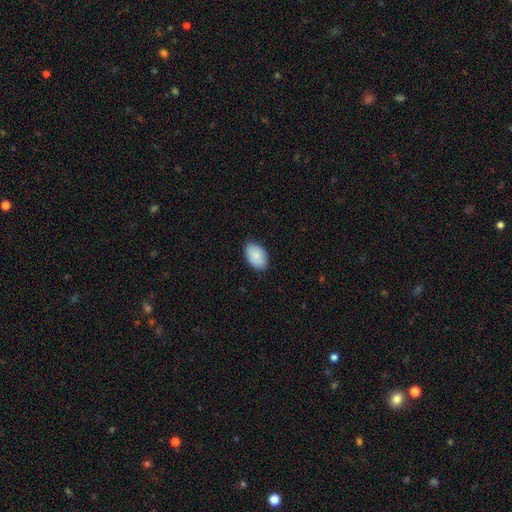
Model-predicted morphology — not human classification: Overall: smooth (88%). How rounded: in between (92%). Merging: none (86%).